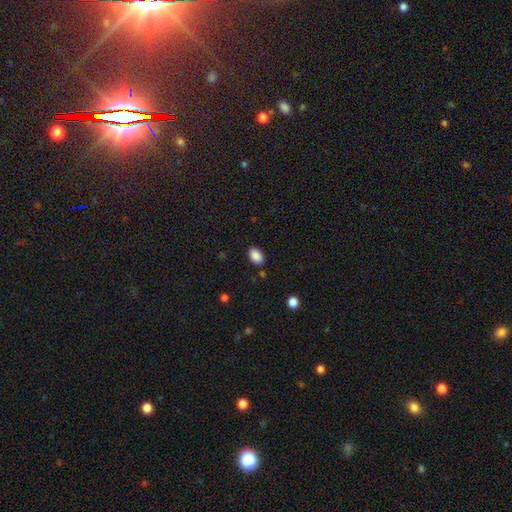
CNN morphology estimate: This appears to be a smooth galaxy with no disk features (88%) that is in between round and cigar-shaped (86%). Merging: none (85%).